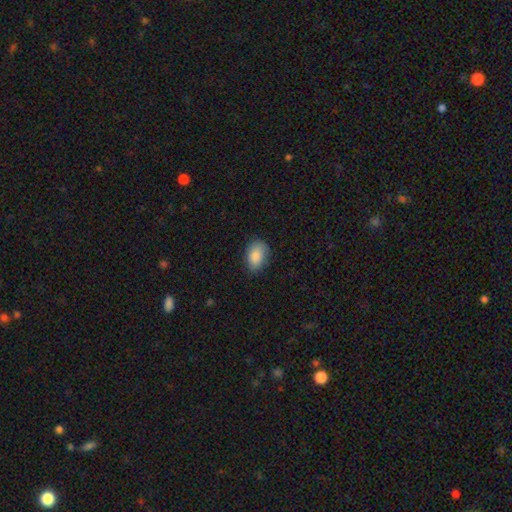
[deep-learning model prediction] smooth_or_featured: smooth (p=0.87) [alt: star or artifact p=0.07]
how_rounded: in between (p=0.88) [alt: round p=0.11]
merging: none (p=0.78) [alt: minor disturbance p=0.17]